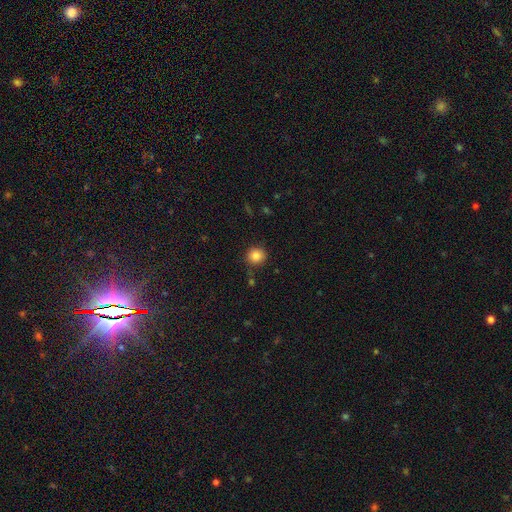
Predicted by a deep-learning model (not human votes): smooth_or_featured: smooth (p=0.85) [alt: star or artifact p=0.10]
how_rounded: round (p=0.88) [alt: in between p=0.11]
merging: none (p=0.85) [alt: minor disturbance p=0.10]